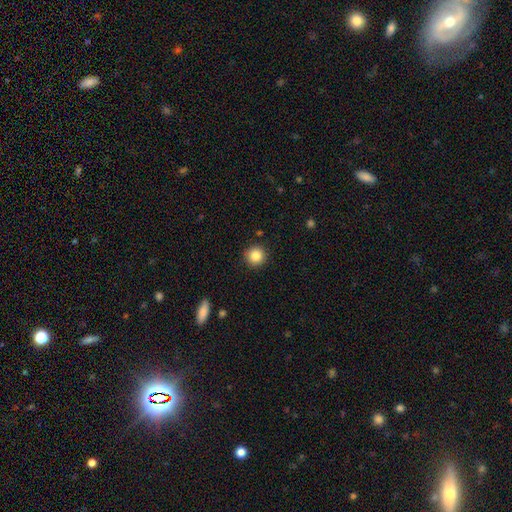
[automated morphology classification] Smooth or featured? smooth (85%)
How rounded? round (95%)
Merging? none (91%)